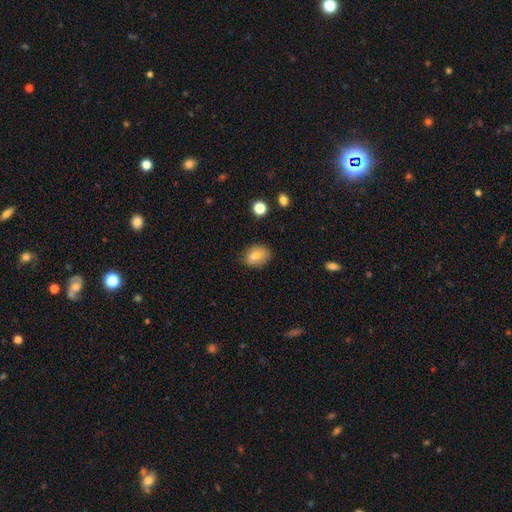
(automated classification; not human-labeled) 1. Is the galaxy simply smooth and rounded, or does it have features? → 80% smooth, 11% featured or disk, 9% star or artifact.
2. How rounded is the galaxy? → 76% in between, 23% round, 2% cigar-shaped.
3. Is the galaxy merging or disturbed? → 79% none, 16% minor disturbance, 3% major disturbance, 2% merger.